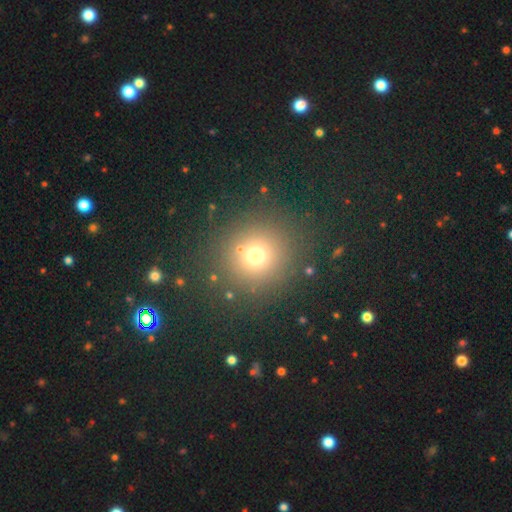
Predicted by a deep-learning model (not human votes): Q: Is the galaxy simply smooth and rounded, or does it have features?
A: smooth — 68%.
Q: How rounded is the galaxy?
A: round — 93%.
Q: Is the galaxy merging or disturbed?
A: none — 84%.